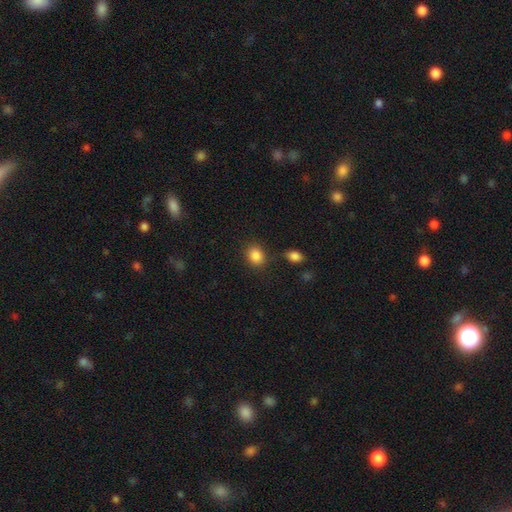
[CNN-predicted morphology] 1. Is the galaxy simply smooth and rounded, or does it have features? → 86% smooth, 9% star or artifact, 4% featured or disk.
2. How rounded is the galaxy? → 57% round, 42% in between, 1% cigar-shaped.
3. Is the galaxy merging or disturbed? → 80% none, 11% minor disturbance, 5% merger, 4% major disturbance.